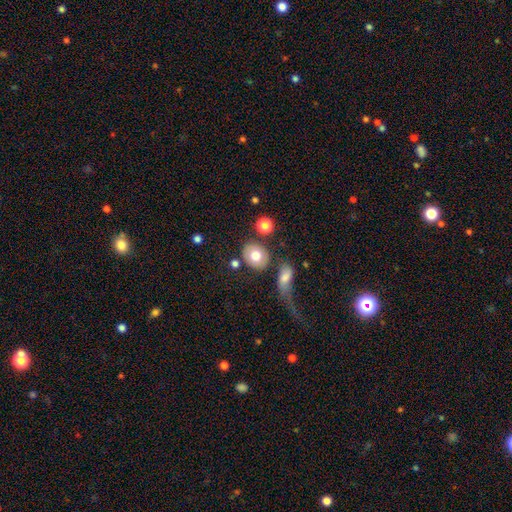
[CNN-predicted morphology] This appears to be a smooth galaxy with no disk features (76%) that is round (56%). Merging: none (76%).